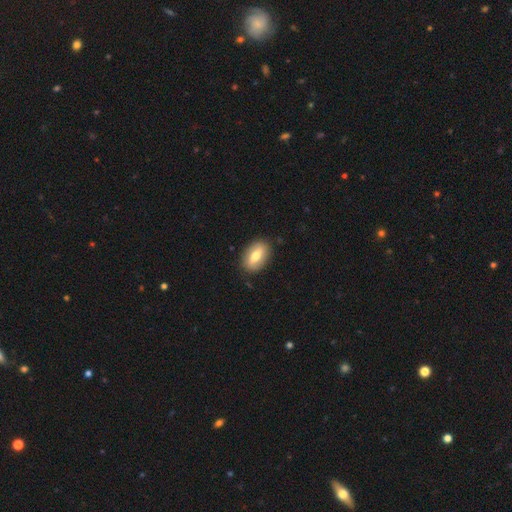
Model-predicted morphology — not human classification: smooth-or-featured: smooth: 63% | featured or disk: 31% | star or artifact: 6%
  how-rounded: in between: 88% | round: 8% | cigar-shaped: 4%
  merging: none: 86% | minor disturbance: 11% | major disturbance: 2% | merger: 1%